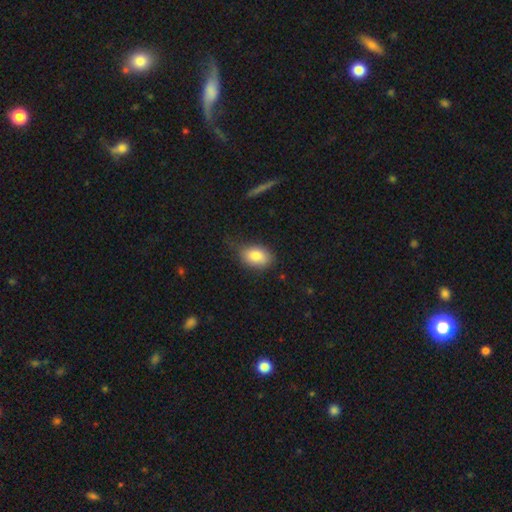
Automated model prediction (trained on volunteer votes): smooth-or-featured: smooth: 84% | featured or disk: 9% | star or artifact: 7%
  how-rounded: in between: 83% | round: 15% | cigar-shaped: 1%
  merging: none: 66% | minor disturbance: 26% | major disturbance: 7% | merger: 2%